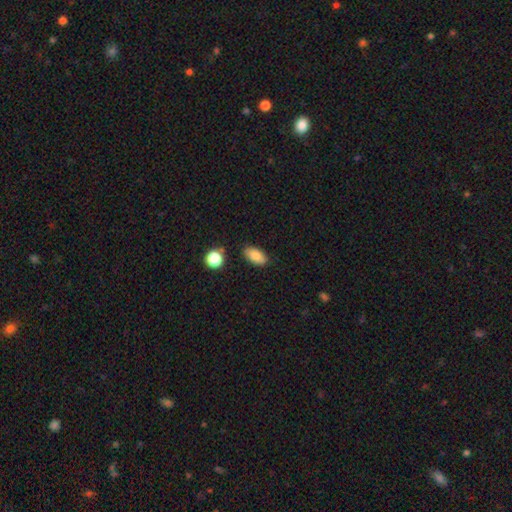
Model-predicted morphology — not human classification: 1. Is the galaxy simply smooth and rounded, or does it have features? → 84% smooth, 9% star or artifact, 7% featured or disk.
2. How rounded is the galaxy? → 91% in between, 5% round, 4% cigar-shaped.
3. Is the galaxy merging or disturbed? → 85% none, 10% minor disturbance, 3% merger, 2% major disturbance.